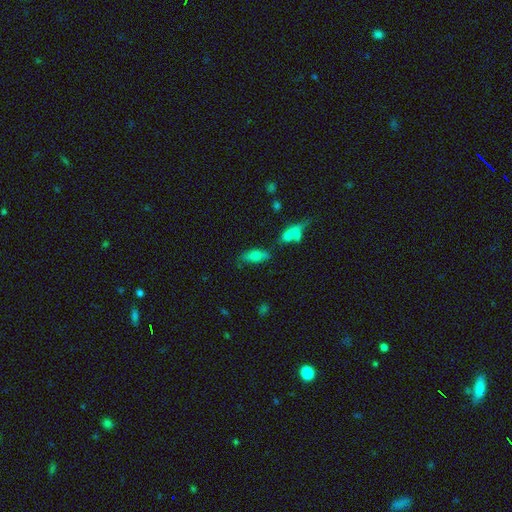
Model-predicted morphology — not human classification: Smooth or featured?
  - smooth: 75% *
  - featured or disk: 15%
  - star or artifact: 11%
How rounded?
  - in between: 77% *
  - cigar-shaped: 20%
  - round: 3%
Merging?
  - none: 55% *
  - minor disturbance: 20%
  - merger: 17%
  - major disturbance: 8%